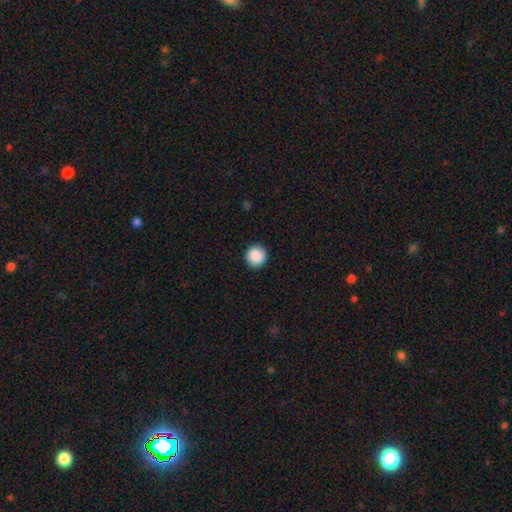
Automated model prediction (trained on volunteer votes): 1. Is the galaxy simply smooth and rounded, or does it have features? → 89% smooth, 8% star or artifact, 3% featured or disk.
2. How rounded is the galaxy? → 95% round, 4% in between, 1% cigar-shaped.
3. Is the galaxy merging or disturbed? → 92% none, 6% minor disturbance, 2% major disturbance, 1% merger.